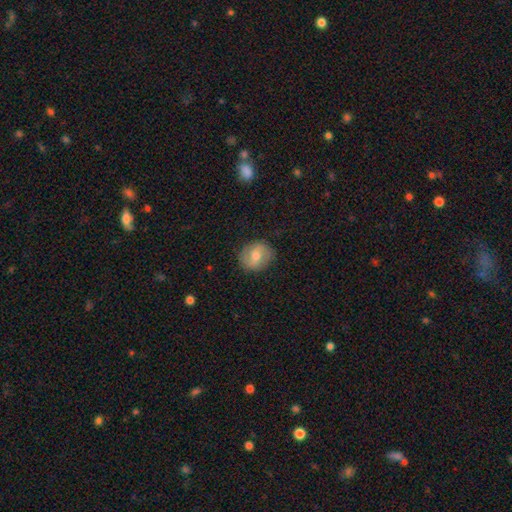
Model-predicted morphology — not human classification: smooth_or_featured: smooth (p=0.53) [alt: featured or disk p=0.40]
how_rounded: round (p=0.70) [alt: in between p=0.28]
merging: none (p=0.85) [alt: minor disturbance p=0.11]